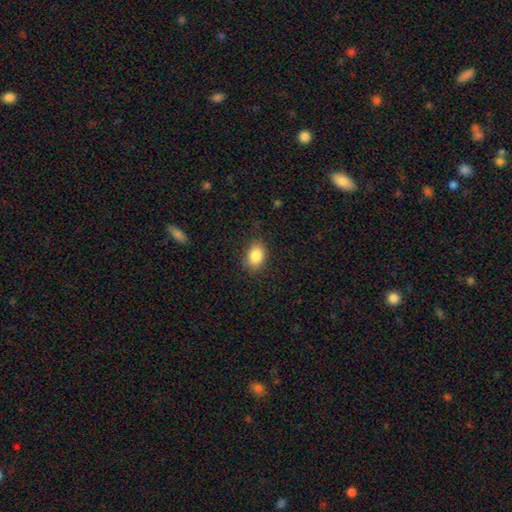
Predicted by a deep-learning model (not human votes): Overall: smooth (86%). How rounded: in between (76%). Merging: none (83%).